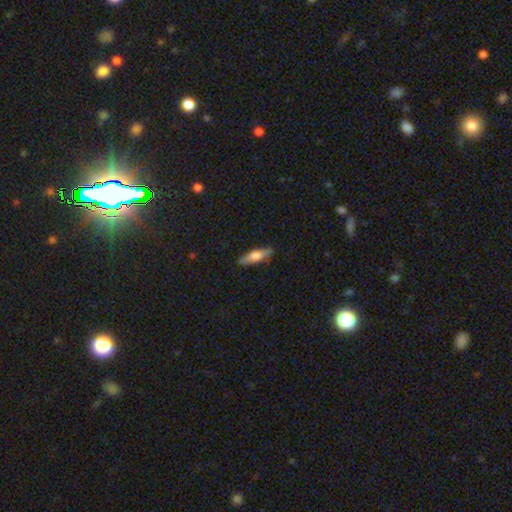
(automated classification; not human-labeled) smooth-or-featured: smooth: 55% | featured or disk: 39% | star or artifact: 6%
  how-rounded: cigar-shaped: 65% | in between: 33% | round: 2%
  merging: none: 87% | minor disturbance: 10% | major disturbance: 2% | merger: 1%